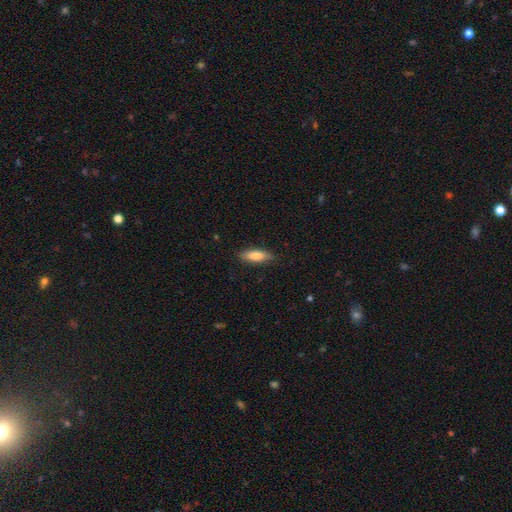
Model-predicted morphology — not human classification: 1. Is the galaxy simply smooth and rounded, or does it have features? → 76% smooth, 18% featured or disk, 6% star or artifact.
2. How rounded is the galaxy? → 52% in between, 46% cigar-shaped, 2% round.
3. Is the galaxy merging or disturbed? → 84% none, 13% minor disturbance, 2% major disturbance, 1% merger.